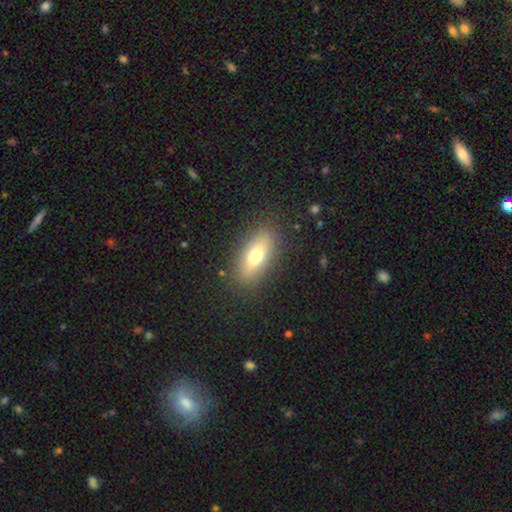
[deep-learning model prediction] Overall: smooth (69%). How rounded: in between (78%). Merging: none (86%).